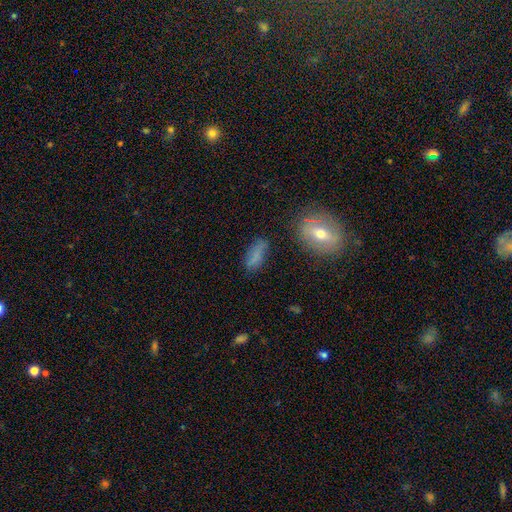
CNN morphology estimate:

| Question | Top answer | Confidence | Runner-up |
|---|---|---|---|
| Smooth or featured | smooth | 72% | featured or disk (16%) |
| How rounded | in between | 76% | cigar-shaped (20%) |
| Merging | none | 63% | minor disturbance (23%) |